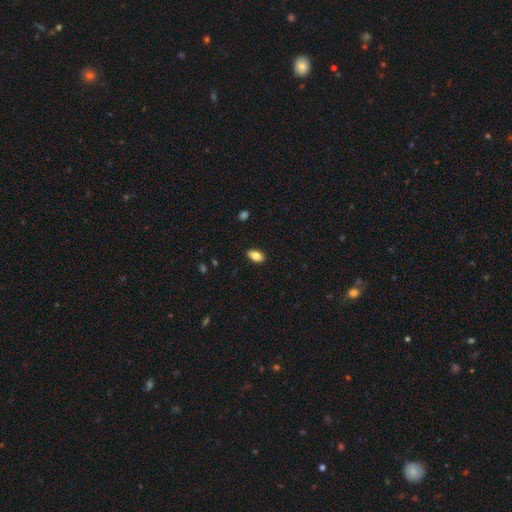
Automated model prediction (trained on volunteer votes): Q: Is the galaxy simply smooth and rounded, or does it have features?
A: smooth — 83%.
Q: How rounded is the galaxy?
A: in between — 91%.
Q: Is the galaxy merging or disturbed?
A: none — 88%.